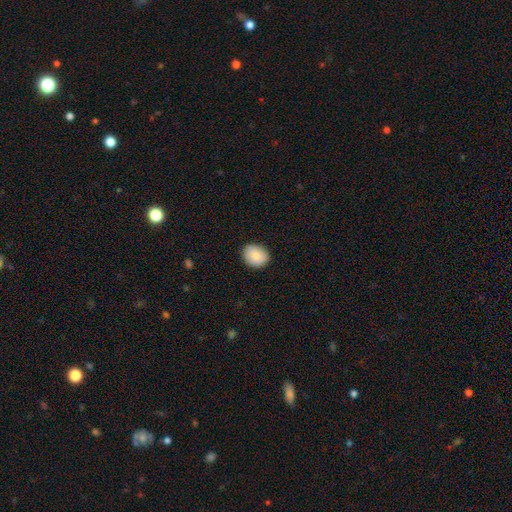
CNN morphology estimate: smooth 87%, star or artifact 7%, featured or disk 6%. Down the decision tree: how rounded — round (54%); merging — none (87%).